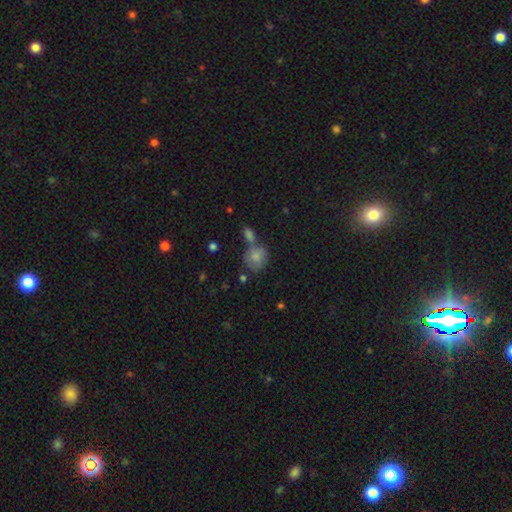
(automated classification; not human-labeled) smooth-or-featured: smooth: 80% | featured or disk: 11% | star or artifact: 9%
  how-rounded: round: 72% | in between: 27% | cigar-shaped: 1%
  merging: none: 48% | merger: 31% | minor disturbance: 15% | major disturbance: 6%